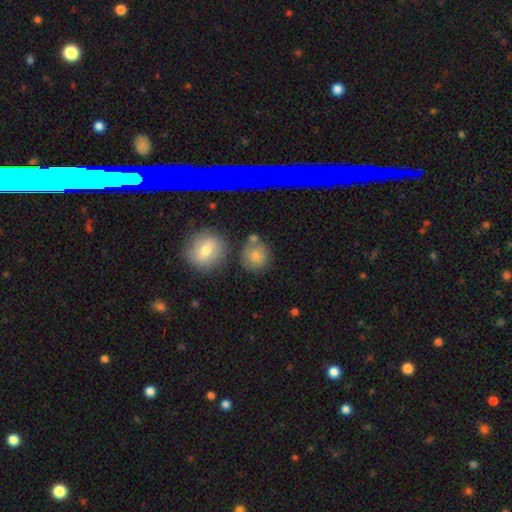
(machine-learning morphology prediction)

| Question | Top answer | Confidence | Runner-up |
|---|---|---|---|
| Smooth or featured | smooth | 76% | star or artifact (13%) |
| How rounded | round | 85% | in between (14%) |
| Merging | none | 68% | merger (14%) |